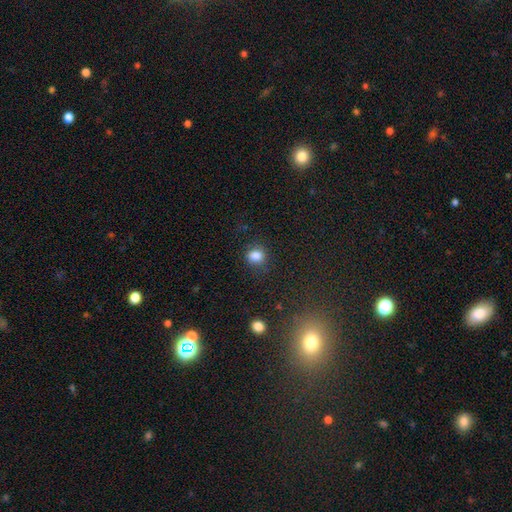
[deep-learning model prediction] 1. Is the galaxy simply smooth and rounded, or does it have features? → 84% smooth, 12% star or artifact, 5% featured or disk.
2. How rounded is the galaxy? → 76% round, 23% in between, 1% cigar-shaped.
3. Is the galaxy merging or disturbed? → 81% none, 13% minor disturbance, 4% major disturbance, 2% merger.